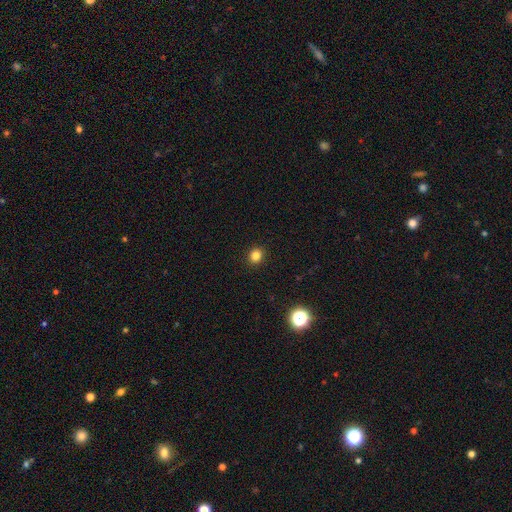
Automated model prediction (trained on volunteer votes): Smooth or featured? Predicted: smooth (p=0.83). How rounded? Predicted: round (p=0.75). Merging? Predicted: none (p=0.92).